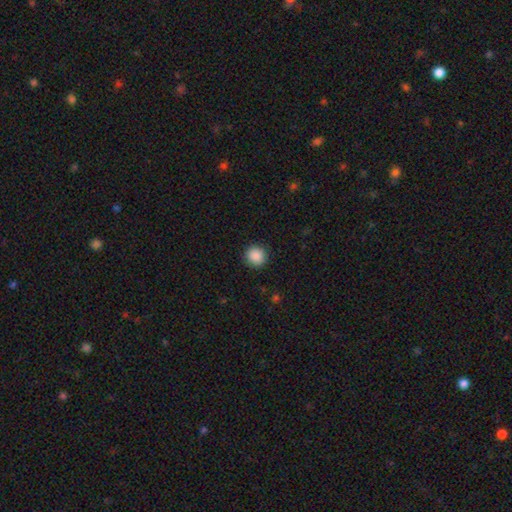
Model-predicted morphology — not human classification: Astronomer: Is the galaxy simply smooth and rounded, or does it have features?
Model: smooth — 89%.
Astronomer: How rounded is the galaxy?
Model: round — 92%.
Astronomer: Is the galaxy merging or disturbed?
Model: none — 90%.